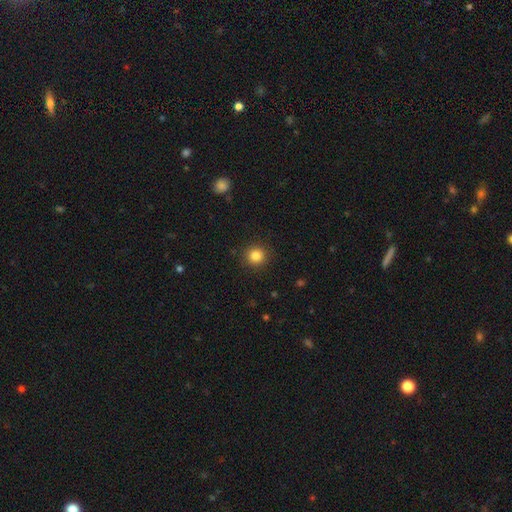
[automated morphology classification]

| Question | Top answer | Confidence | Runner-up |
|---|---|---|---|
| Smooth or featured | smooth | 85% | star or artifact (11%) |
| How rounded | round | 93% | in between (6%) |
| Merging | none | 91% | minor disturbance (6%) |